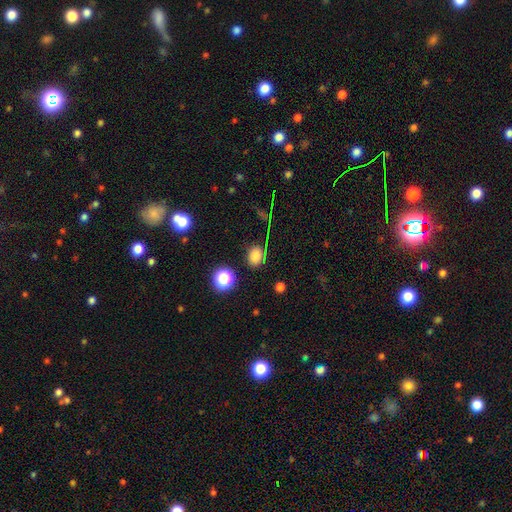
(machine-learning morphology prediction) Smooth or featured? smooth (71%)
How rounded? round (60%)
Merging? none (80%)